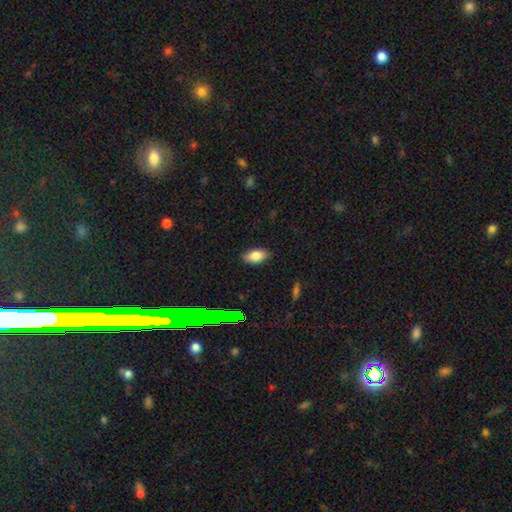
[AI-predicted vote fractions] smooth-or-featured: smooth: 82% | star or artifact: 10% | featured or disk: 9%
  how-rounded: in between: 90% | round: 7% | cigar-shaped: 3%
  merging: none: 84% | minor disturbance: 12% | major disturbance: 2% | merger: 1%